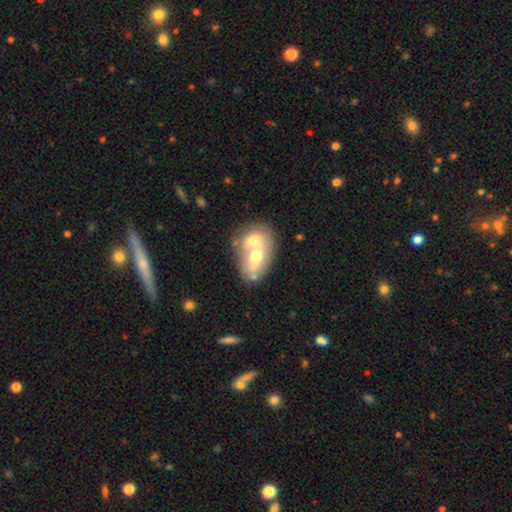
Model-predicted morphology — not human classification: smooth 47%, featured or disk 45%, star or artifact 7%. Down the decision tree: merging — merger (54%).